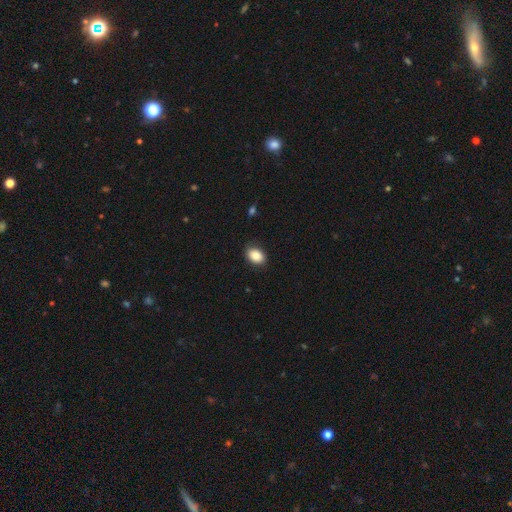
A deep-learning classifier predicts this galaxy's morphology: Overall: smooth (87%). How rounded: in between (78%). Merging: none (85%).